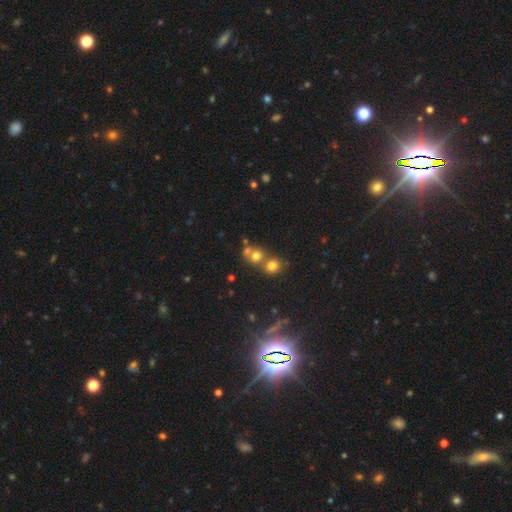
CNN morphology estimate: Smooth or featured? Predicted: smooth (p=0.69). How rounded? Predicted: round (p=0.80). Merging? Predicted: merger (p=0.47).